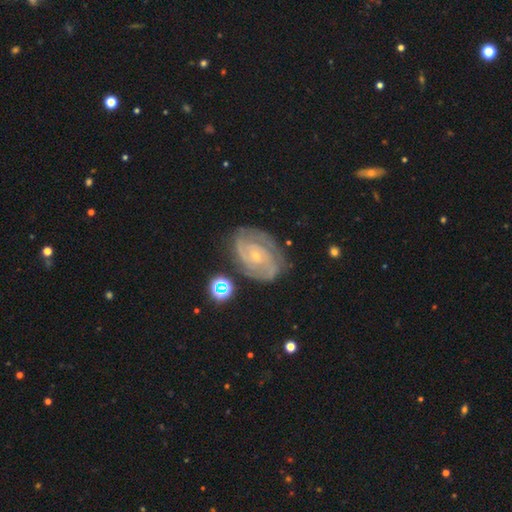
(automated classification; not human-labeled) This is clearly a featured or disk galaxy (87%). It is clearly not viewed edge-on (97%). Bar: likely no (65%). Spiral arm pattern: clearly yes (96%). Spiral arm count: possibly 2 (46%). Spiral winding: likely tight (63%). Central bulge: clearly small (81%). Merging: likely none (73%).